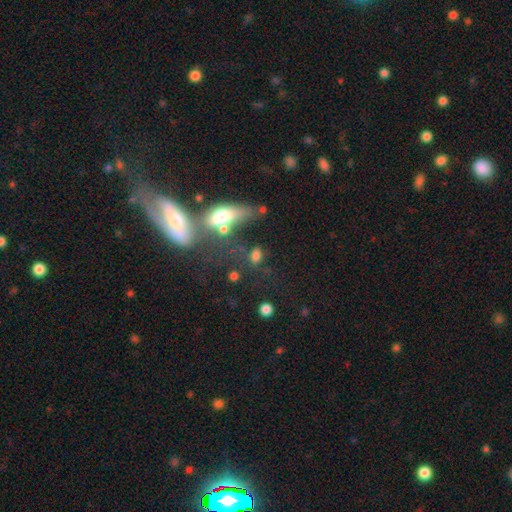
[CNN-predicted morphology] Smooth or featured? smooth (70%)
How rounded? in between (70%)
Merging? none (55%)